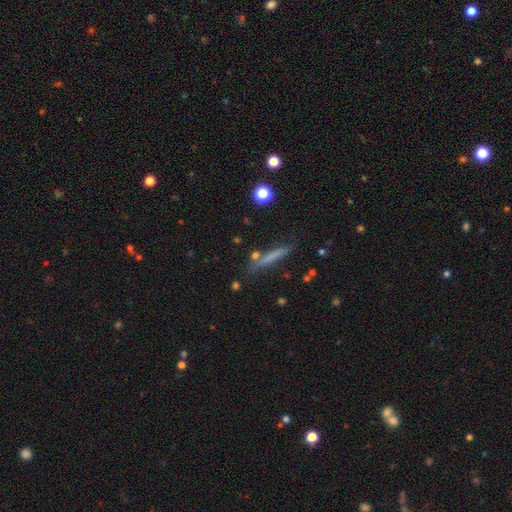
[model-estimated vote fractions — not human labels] This appears to be a smooth galaxy with no disk features (61%) that is cigar-shaped (92%). Merging: none (77%).